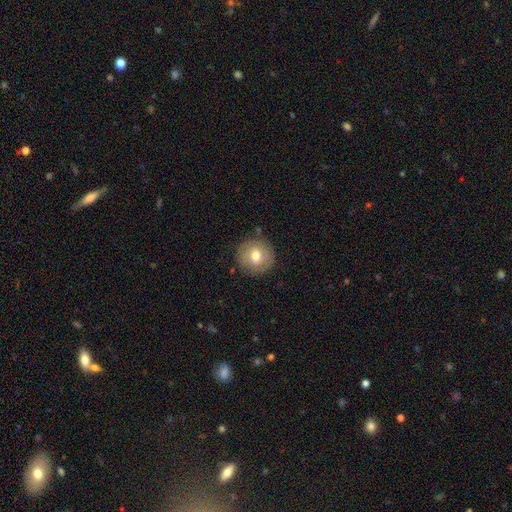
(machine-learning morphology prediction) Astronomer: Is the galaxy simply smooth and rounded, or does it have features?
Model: smooth — 67%.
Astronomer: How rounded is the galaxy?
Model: round — 92%.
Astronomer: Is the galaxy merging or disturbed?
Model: none — 84%.